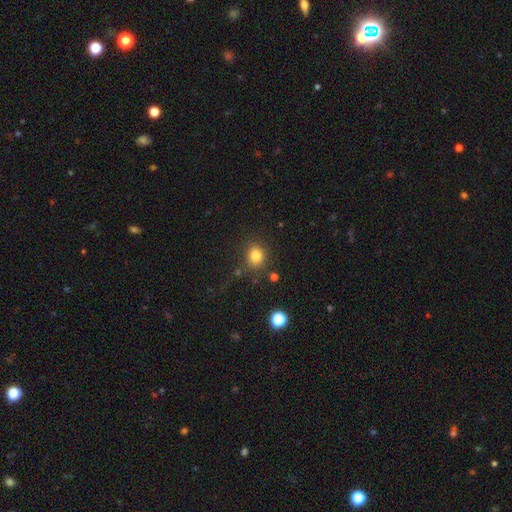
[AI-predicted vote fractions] Smooth or featured? smooth (82%)
How rounded? round (73%)
Merging? none (80%)